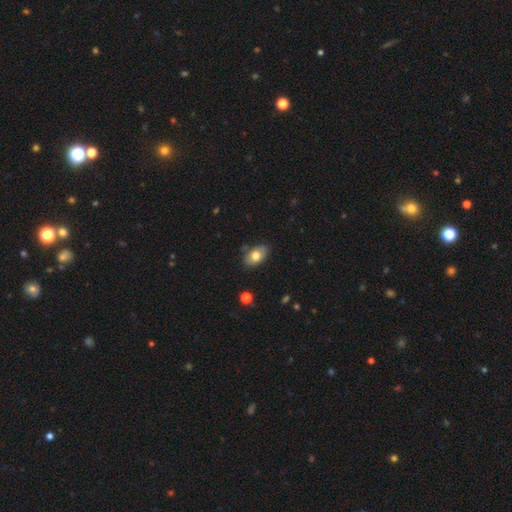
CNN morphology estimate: A smooth galaxy with no disk features (73%) that is in between round and cigar-shaped (89%). Merging: none (80%).